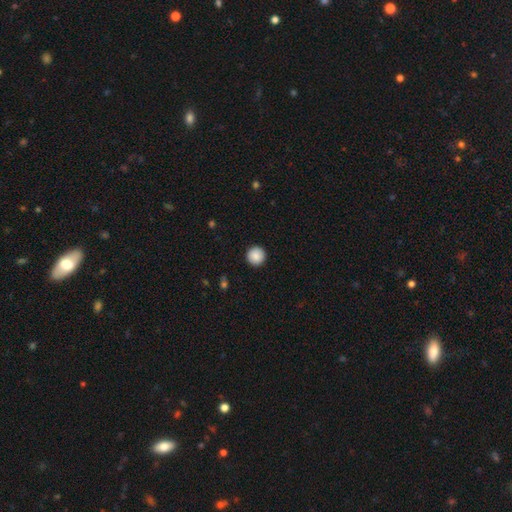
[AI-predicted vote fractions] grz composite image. It shows a smooth galaxy with no disk features (89%) that is round (96%). Merging: none (93%).